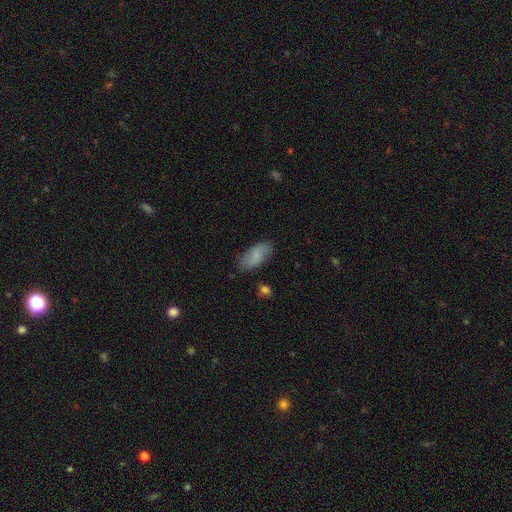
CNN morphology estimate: This appears to be a smooth galaxy with no disk features (76%) that is in between round and cigar-shaped (90%). Merging: none (77%).